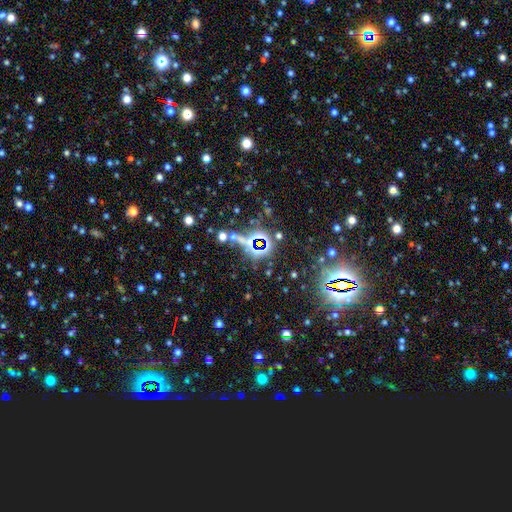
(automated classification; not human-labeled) Morphology: type=star or artifact (80%).